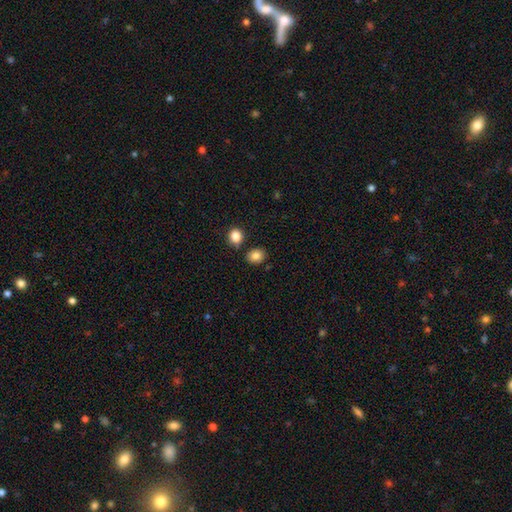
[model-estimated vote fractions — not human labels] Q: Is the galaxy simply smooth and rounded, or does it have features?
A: smooth — 84%.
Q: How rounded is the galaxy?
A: round — 59%.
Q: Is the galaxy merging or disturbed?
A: none — 79%.